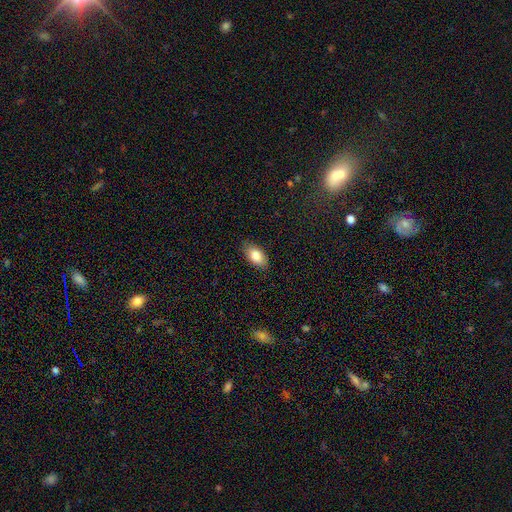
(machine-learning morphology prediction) A smooth galaxy with no disk features (83%) that is in between round and cigar-shaped (93%).

Vote fractions:
- Smooth or featured? smooth: 83% / featured or disk: 10% / star or artifact: 7%
- How rounded? in between: 93% / round: 4% / cigar-shaped: 3%
- Merging? none: 86% / minor disturbance: 11% / major disturbance: 2% / merger: 1%